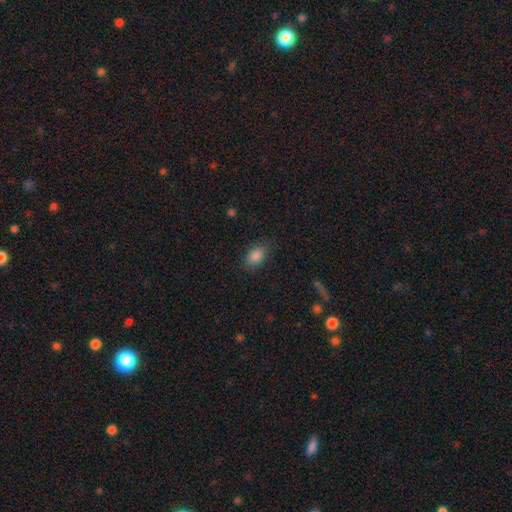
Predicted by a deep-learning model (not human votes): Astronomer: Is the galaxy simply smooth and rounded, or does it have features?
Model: smooth — 87%.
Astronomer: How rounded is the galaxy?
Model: in between — 86%.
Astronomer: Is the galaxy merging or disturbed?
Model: none — 82%.